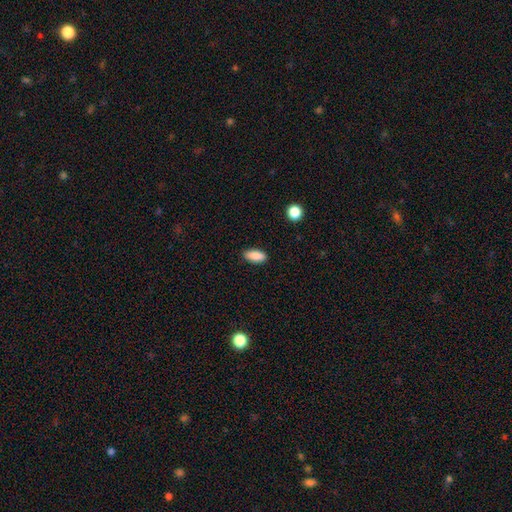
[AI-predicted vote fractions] The model was most divided on "merging": none: 87%, minor disturbance: 10%, major disturbance: 2%, merger: 1%. More confident: smooth or featured — smooth (88%); how rounded — in between (88%).